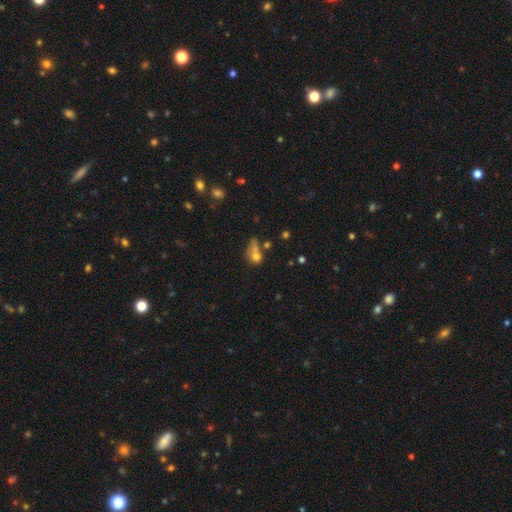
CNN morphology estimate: Smooth or featured? smooth (68%)
How rounded? round (50%)
Merging? merger (32%)